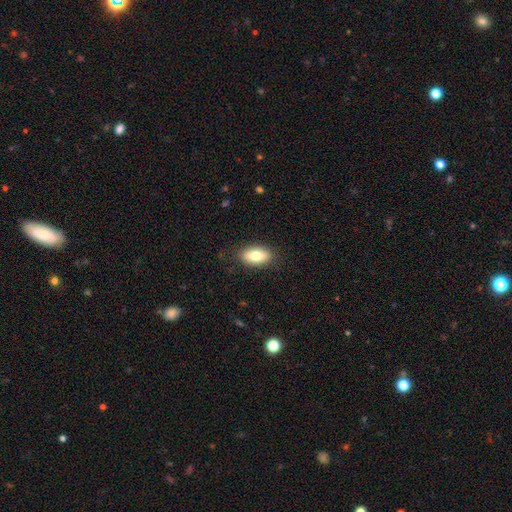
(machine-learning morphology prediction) Smooth or featured? Predicted: smooth (p=0.78). How rounded? Predicted: in between (p=0.91). Merging? Predicted: none (p=0.86).